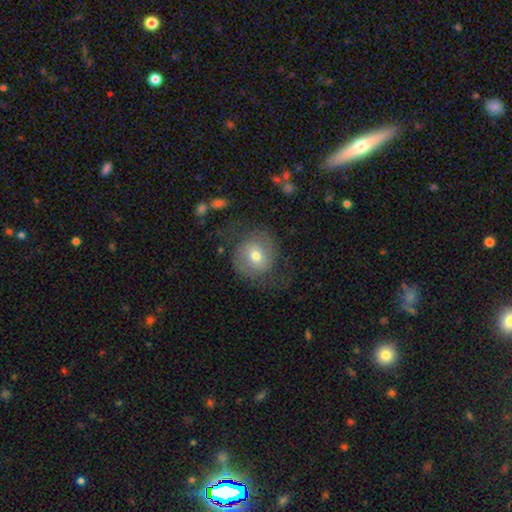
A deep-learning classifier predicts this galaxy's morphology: Smooth or featured? featured or disk (47%)
Merging? none (62%)